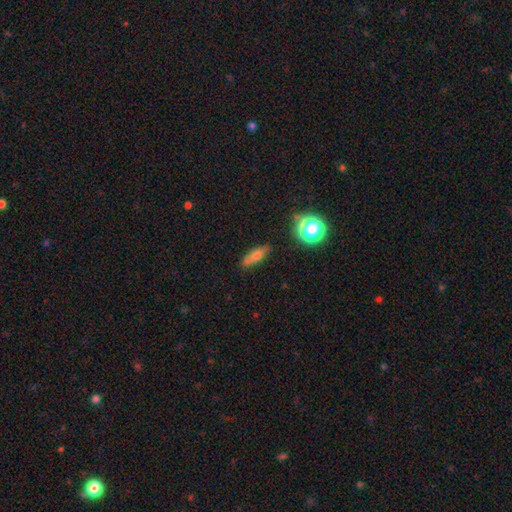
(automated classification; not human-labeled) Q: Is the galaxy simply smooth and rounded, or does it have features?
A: smooth — 65%.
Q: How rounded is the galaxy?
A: in between — 47%.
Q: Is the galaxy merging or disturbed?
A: none — 77%.